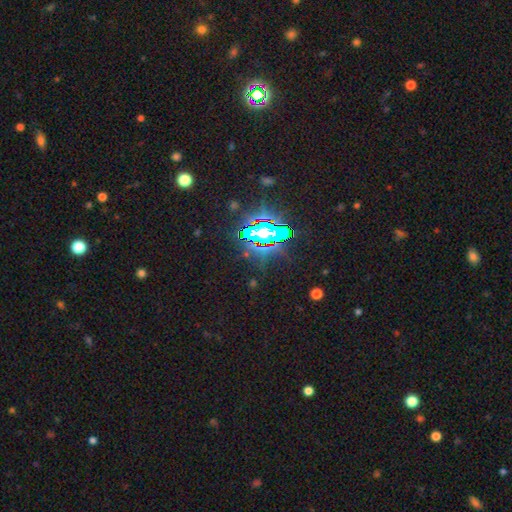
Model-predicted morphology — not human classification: Smooth or featured? Predicted: star or artifact (p=0.85).